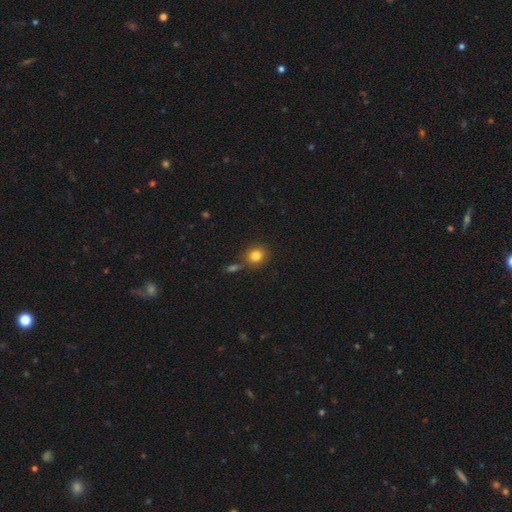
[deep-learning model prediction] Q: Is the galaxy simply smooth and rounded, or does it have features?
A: smooth — 83%.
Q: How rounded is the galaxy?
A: round — 81%.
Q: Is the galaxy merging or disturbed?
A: none — 75%.